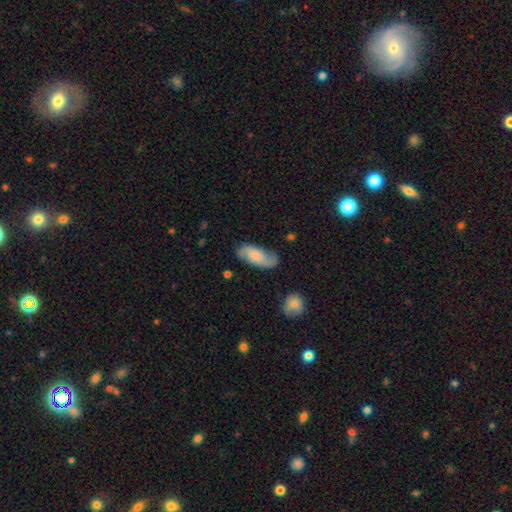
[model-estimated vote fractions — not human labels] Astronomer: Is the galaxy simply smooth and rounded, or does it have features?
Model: featured or disk — 47% (runner-up: smooth, 46%).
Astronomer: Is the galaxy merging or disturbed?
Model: none — 71%.